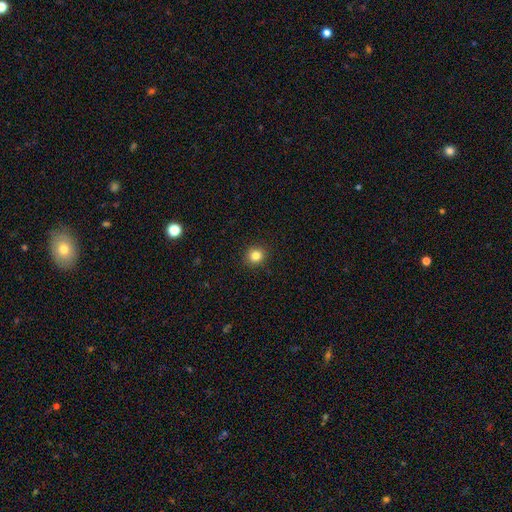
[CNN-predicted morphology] A smooth galaxy with no disk features (83%) that is round (86%).

Vote fractions:
- Smooth or featured? smooth: 83% / star or artifact: 12% / featured or disk: 5%
- How rounded? round: 86% / in between: 13% / cigar-shaped: 1%
- Merging? none: 91% / minor disturbance: 6% / major disturbance: 2% / merger: 1%